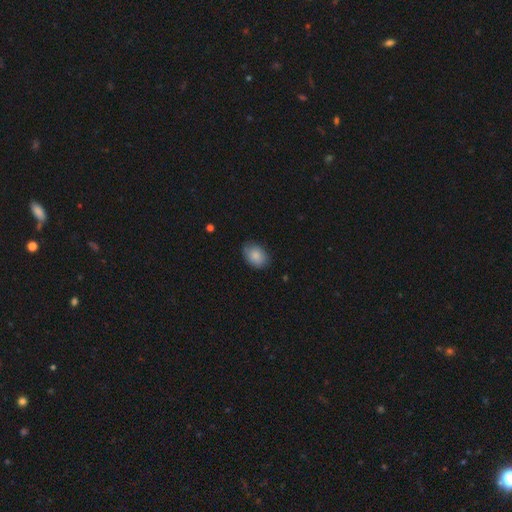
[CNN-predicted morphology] A smooth galaxy with no disk features (85%) that is in between round and cigar-shaped (79%).

Vote fractions:
- Smooth or featured? smooth: 85% / featured or disk: 8% / star or artifact: 7%
- How rounded? in between: 79% / round: 20% / cigar-shaped: 1%
- Merging? none: 79% / minor disturbance: 17% / major disturbance: 3% / merger: 1%